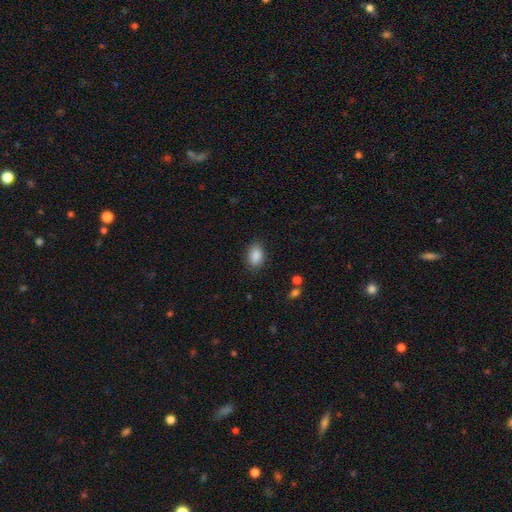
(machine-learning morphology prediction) Smooth or featured? smooth (89%)
How rounded? in between (85%)
Merging? none (85%)